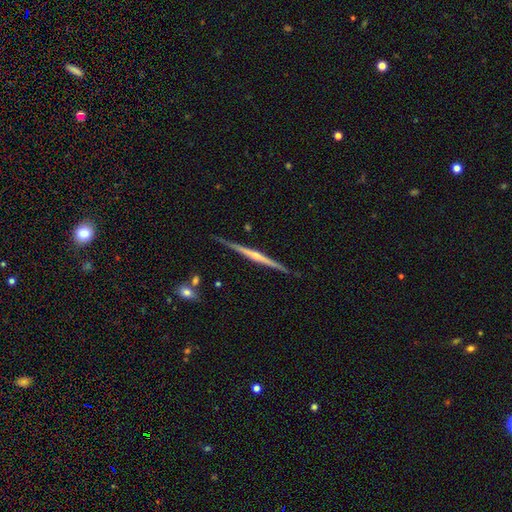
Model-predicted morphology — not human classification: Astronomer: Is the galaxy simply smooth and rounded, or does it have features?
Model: featured or disk — 81%.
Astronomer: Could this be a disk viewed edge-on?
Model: yes — 98%.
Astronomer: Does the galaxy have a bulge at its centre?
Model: rounded — 70%.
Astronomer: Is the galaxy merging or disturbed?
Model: none — 86%.